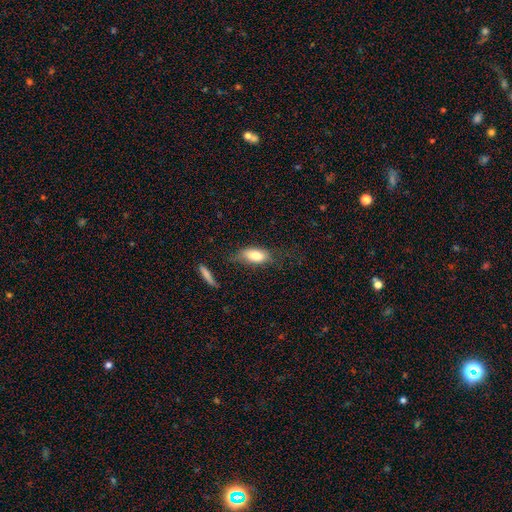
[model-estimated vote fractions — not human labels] Smooth or featured? Predicted: smooth (p=0.77). How rounded? Predicted: in between (p=0.86). Merging? Predicted: none (p=0.52).